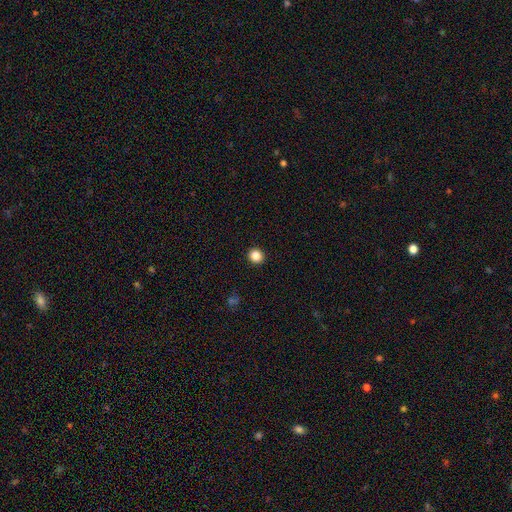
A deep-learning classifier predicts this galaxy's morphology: Smooth or featured: smooth — 85% (star or artifact — 11%)
How rounded: round — 91% (in between — 8%)
Merging: none — 93% (minor disturbance — 4%)